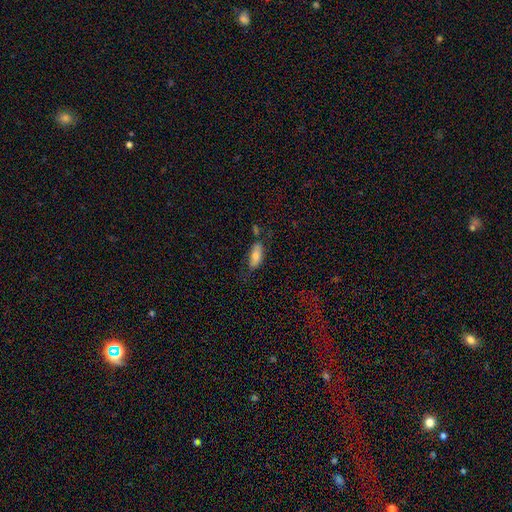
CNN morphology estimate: Smooth or featured? smooth (73%)
How rounded? in between (85%)
Merging? none (60%)